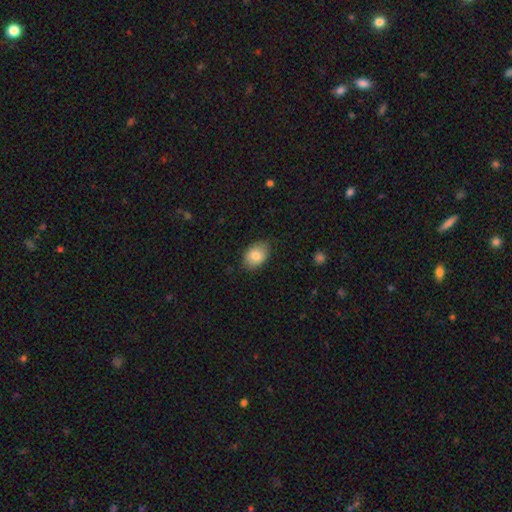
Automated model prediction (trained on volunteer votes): Smooth or featured?
  - smooth: 83% *
  - featured or disk: 9%
  - star or artifact: 7%
How rounded?
  - in between: 78% *
  - round: 21%
  - cigar-shaped: 1%
Merging?
  - none: 82% *
  - minor disturbance: 14%
  - major disturbance: 3%
  - merger: 1%